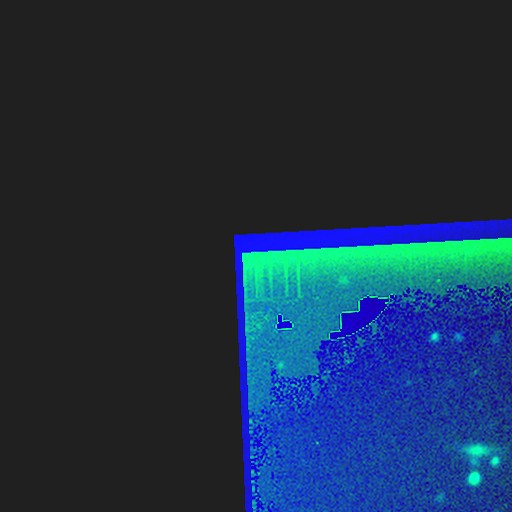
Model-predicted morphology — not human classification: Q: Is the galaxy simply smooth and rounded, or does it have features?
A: star or artifact — 86%.